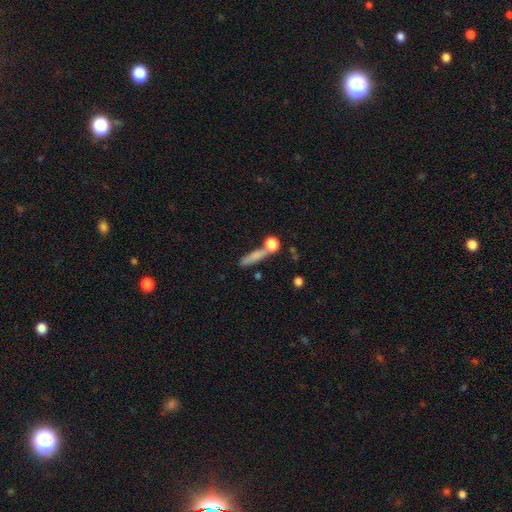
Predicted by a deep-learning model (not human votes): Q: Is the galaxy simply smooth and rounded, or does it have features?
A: smooth — 72%.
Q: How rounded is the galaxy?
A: cigar-shaped — 65%.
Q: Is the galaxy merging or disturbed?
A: none — 58%.